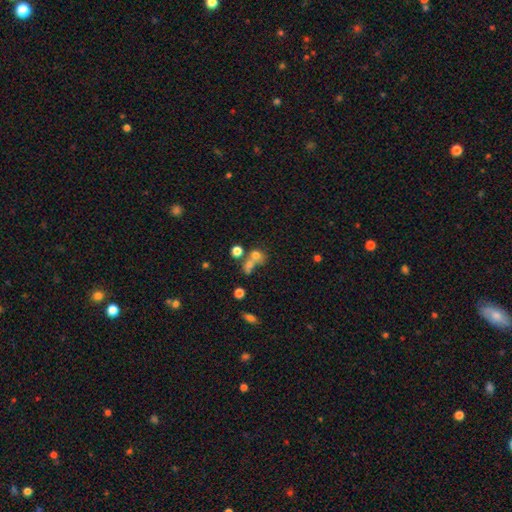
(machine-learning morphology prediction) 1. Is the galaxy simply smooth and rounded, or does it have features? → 67% smooth, 17% star or artifact, 16% featured or disk.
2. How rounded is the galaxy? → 62% round, 36% in between, 2% cigar-shaped.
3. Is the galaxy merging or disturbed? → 49% merger, 32% none, 10% minor disturbance, 9% major disturbance.